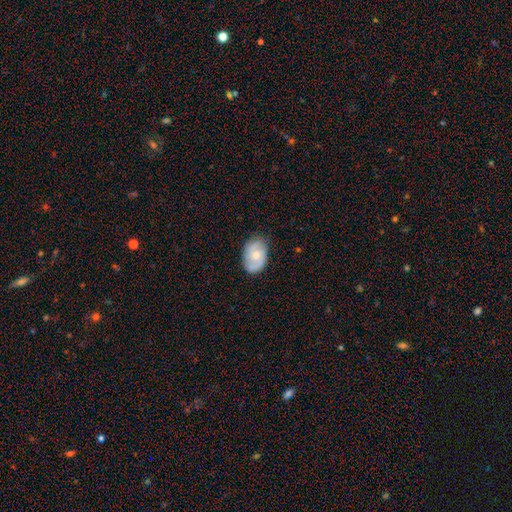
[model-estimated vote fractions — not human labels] A featured or disk galaxy (51%).

Vote fractions:
- Smooth or featured? featured or disk: 51% / smooth: 43% / star or artifact: 6%
- Edge-on disk? no: 95% / yes: 5%
- Merging? none: 75% / minor disturbance: 19% / major disturbance: 4% / merger: 1%